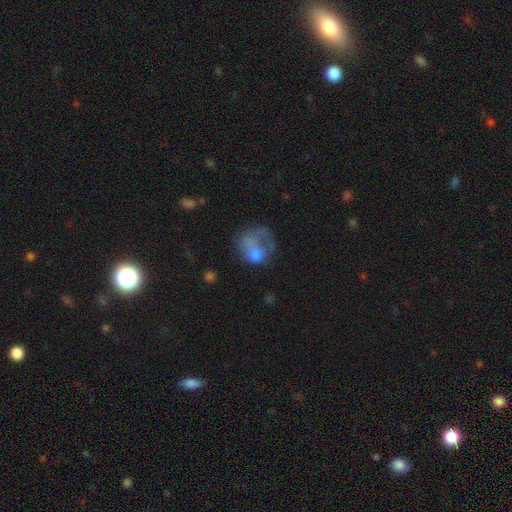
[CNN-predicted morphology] This appears to be a smooth galaxy with no disk features (55%) that is round (54%). Merging: major disturbance (51%).